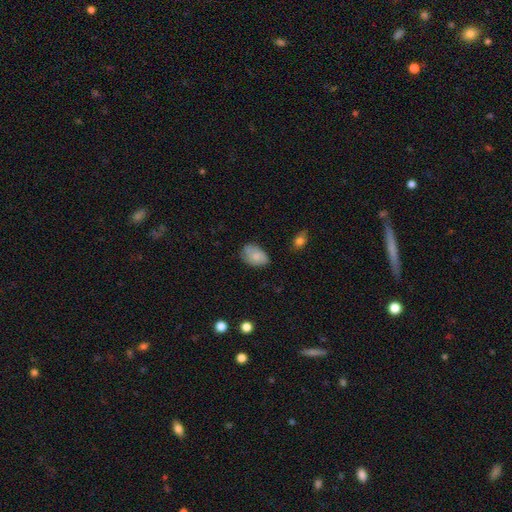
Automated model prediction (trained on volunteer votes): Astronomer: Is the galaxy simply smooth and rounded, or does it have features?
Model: smooth — 73%.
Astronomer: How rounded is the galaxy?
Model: in between — 83%.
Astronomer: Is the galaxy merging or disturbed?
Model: none — 60%.